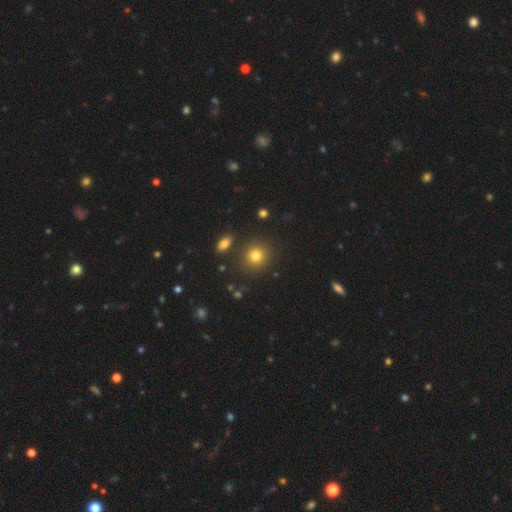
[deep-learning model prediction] smooth 80%, star or artifact 13%, featured or disk 7%. Down the decision tree: how rounded — round (88%); merging — none (86%).